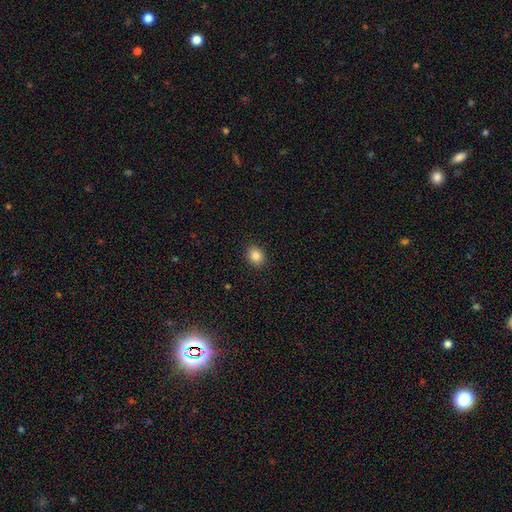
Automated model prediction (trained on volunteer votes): Smooth or featured? Predicted: smooth (p=0.86). How rounded? Predicted: round (p=0.57). Merging? Predicted: none (p=0.90).